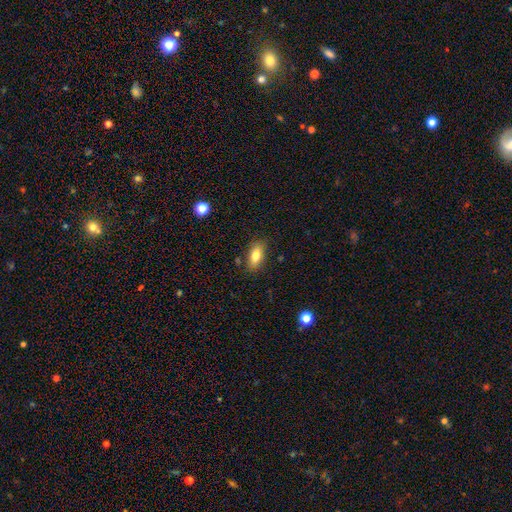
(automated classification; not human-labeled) A smooth galaxy with no disk features (79%) that is in between round and cigar-shaped (85%). Merging: none (83%).